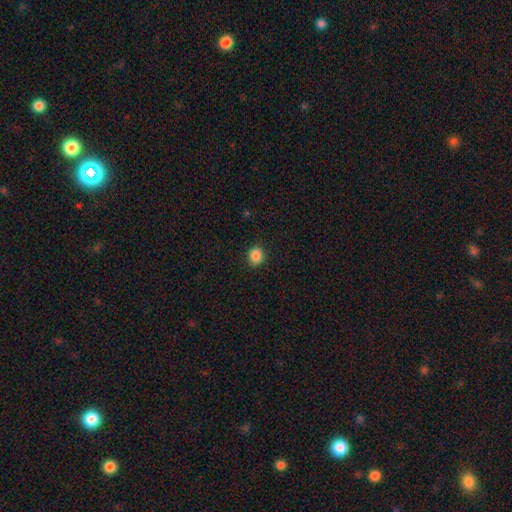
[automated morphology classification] This appears to be a smooth galaxy with no disk features (87%) that is round (75%). Merging: none (90%).